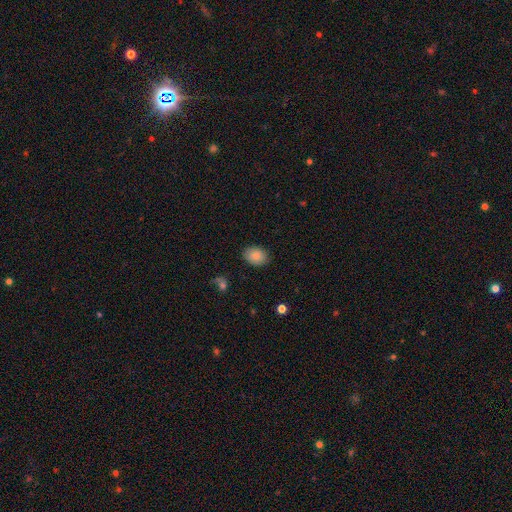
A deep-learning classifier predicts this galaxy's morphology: This appears to be a smooth galaxy with no disk features (87%) that is in between round and cigar-shaped (72%). Merging: none (87%).